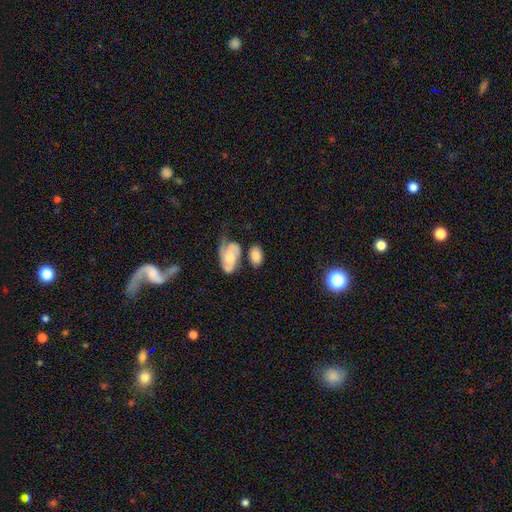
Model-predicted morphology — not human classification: This is likely a smooth galaxy (71%). How rounded: clearly in between (89%). Merging: possibly none (45%).